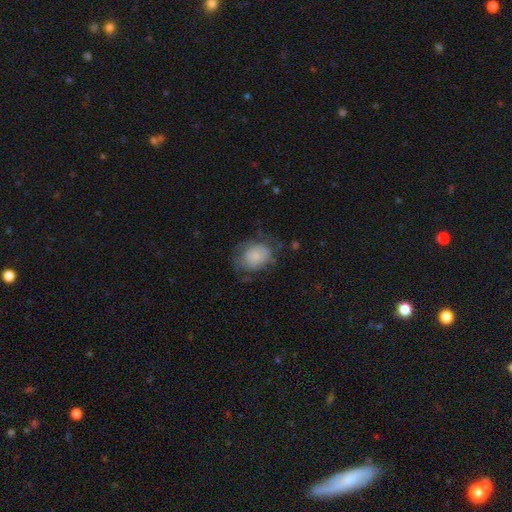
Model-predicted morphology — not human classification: Smooth or featured? Predicted: smooth (p=0.69). How rounded? Predicted: in between (p=0.54). Merging? Predicted: none (p=0.50).